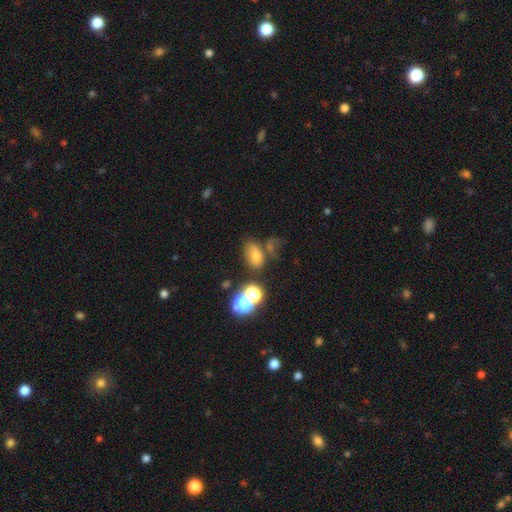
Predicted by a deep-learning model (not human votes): Smooth or featured: smooth — 63% (star or artifact — 23%)
How rounded: in between — 78% (round — 19%)
Merging: none — 54% (merger — 20%)